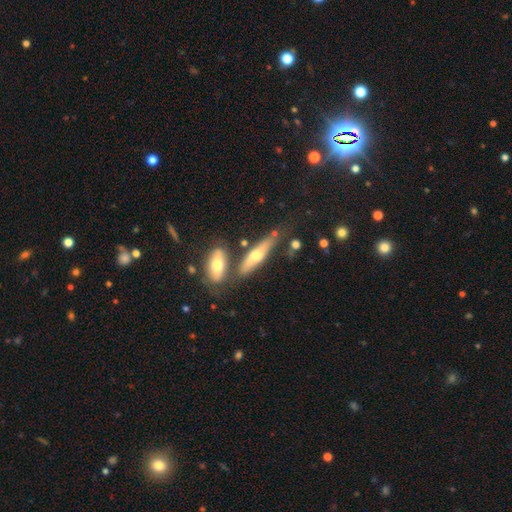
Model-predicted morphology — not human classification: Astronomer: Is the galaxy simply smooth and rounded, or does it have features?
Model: smooth — 50% (runner-up: featured or disk, 43%).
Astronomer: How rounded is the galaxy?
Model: cigar-shaped — 64%.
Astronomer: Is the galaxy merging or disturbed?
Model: none — 63%.